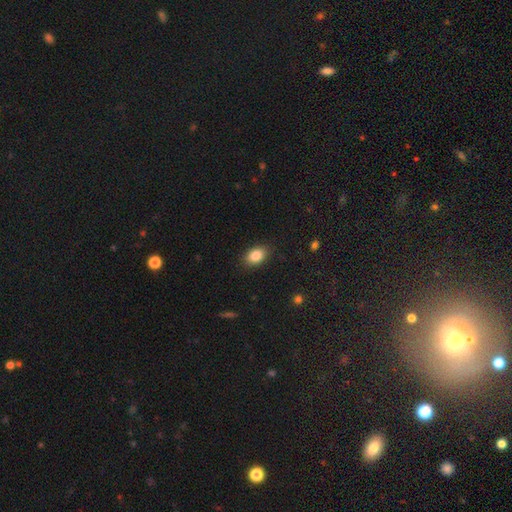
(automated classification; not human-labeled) A smooth galaxy with no disk features (85%) that is in between round and cigar-shaped (83%).

Vote fractions:
- Smooth or featured? smooth: 85% / star or artifact: 9% / featured or disk: 6%
- How rounded? in between: 83% / round: 16% / cigar-shaped: 1%
- Merging? none: 86% / minor disturbance: 10% / major disturbance: 3% / merger: 1%